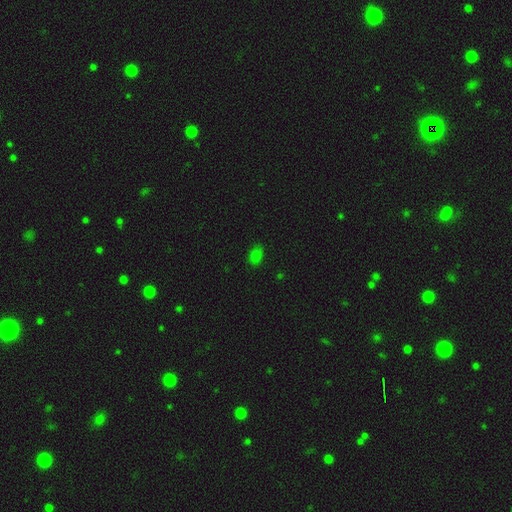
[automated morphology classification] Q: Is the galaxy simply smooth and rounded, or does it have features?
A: smooth — 77%.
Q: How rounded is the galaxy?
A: in between — 80%.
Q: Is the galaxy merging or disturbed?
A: none — 81%.